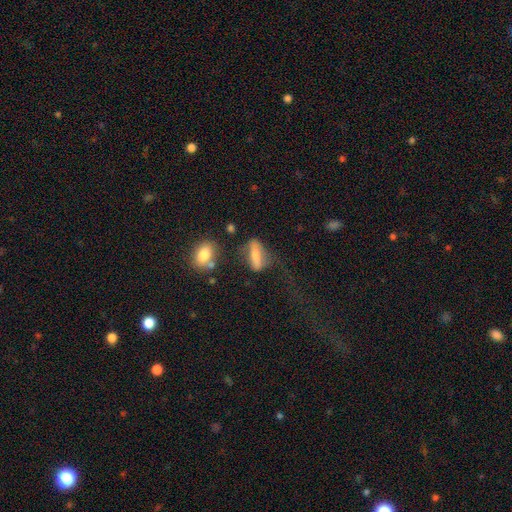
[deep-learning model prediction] This appears to be a smooth galaxy with no disk features (58%) that is in between round and cigar-shaped (56%). Merging: none (43%).